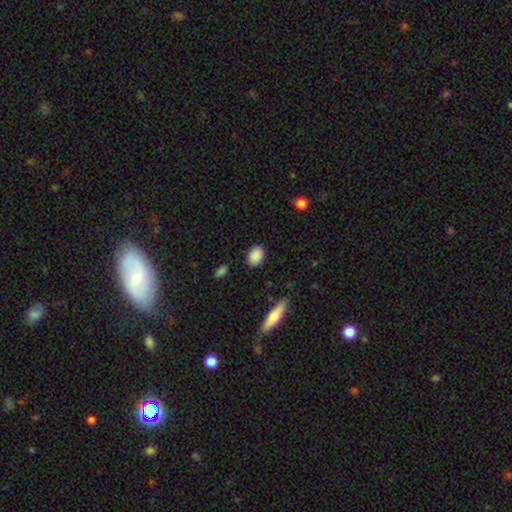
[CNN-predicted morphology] A smooth galaxy with no disk features (89%) that is in between round and cigar-shaped (64%).

Vote fractions:
- Smooth or featured? smooth: 89% / star or artifact: 7% / featured or disk: 4%
- How rounded? in between: 64% / round: 33% / cigar-shaped: 2%
- Merging? none: 87% / minor disturbance: 9% / major disturbance: 2% / merger: 1%